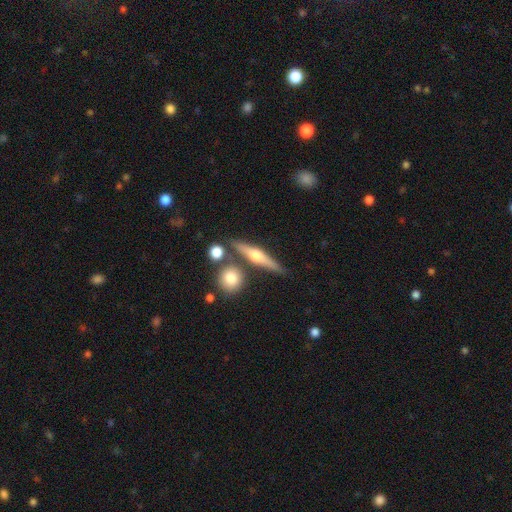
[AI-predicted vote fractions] Morphology: type=featured or disk (67%); edge-on=yes (95%); edge-on bulge=rounded (93%); merging=none (78%).